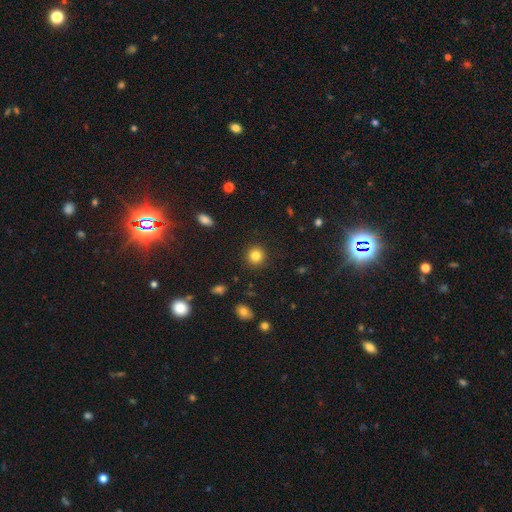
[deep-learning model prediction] Morphology: type=smooth (84%); roundness=round (92%); merging=none (91%).